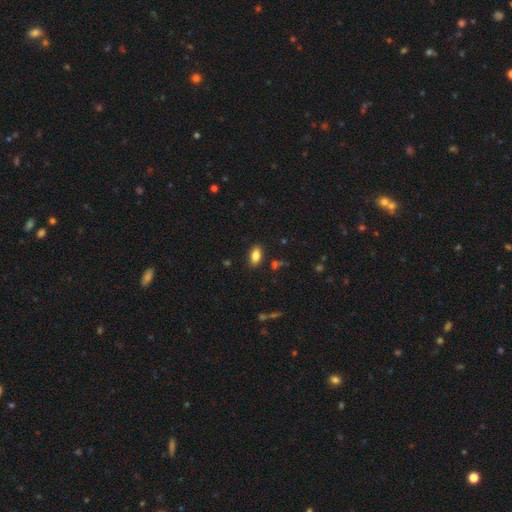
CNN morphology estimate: This is clearly a smooth galaxy (85%). How rounded: clearly in between (91%). Merging: clearly none (86%).